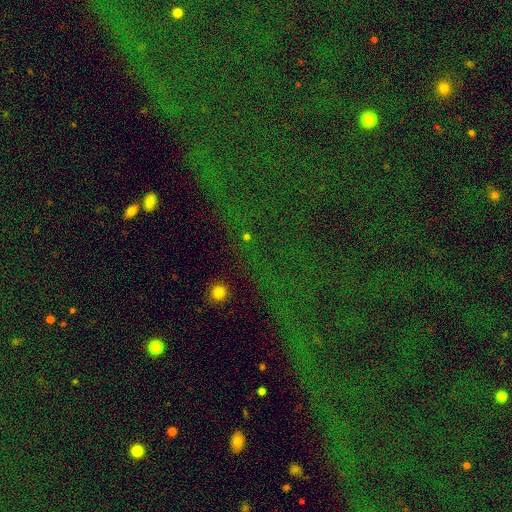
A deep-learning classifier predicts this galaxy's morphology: A star or artifact, not a galaxy (80%).

Vote fractions:
- Smooth or featured? star or artifact: 80% / smooth: 11% / featured or disk: 9%